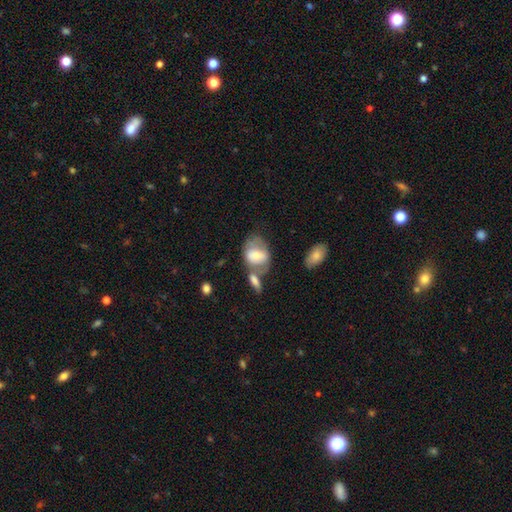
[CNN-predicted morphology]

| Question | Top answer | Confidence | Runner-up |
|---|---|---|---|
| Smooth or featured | smooth | 59% | featured or disk (34%) |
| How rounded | in between | 72% | round (26%) |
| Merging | merger | 38% | none (33%) |